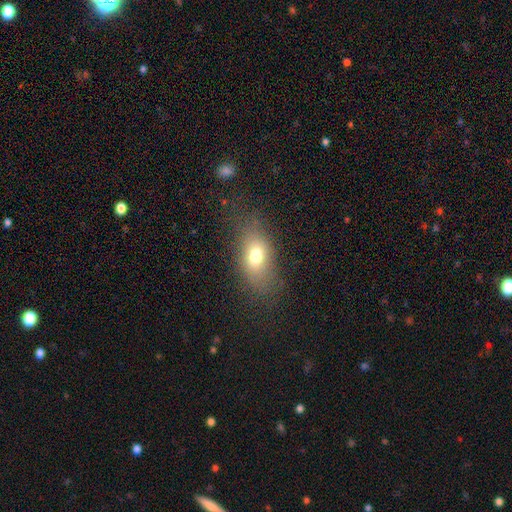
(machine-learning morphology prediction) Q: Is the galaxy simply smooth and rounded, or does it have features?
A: smooth — 71%.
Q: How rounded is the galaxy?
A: in between — 81%.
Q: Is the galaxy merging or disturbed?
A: none — 69%.